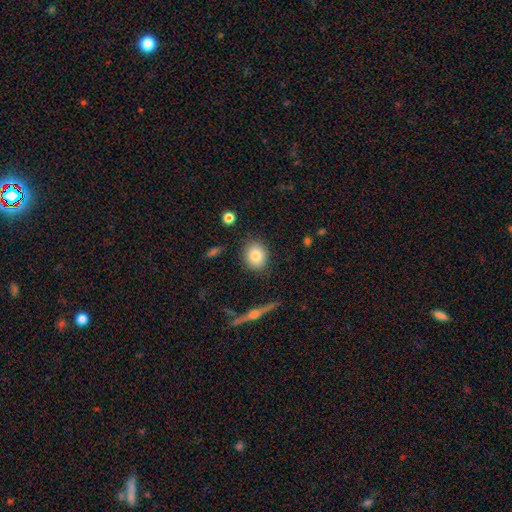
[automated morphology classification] This is clearly a smooth galaxy (81%). How rounded: likely round (66%). Merging: clearly none (86%).